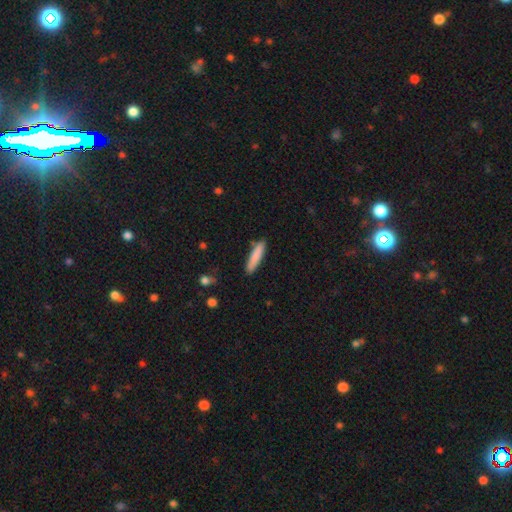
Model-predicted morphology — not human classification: smooth-or-featured: smooth: 84% | featured or disk: 10% | star or artifact: 6%
  how-rounded: cigar-shaped: 86% | in between: 13% | round: 1%
  merging: none: 84% | minor disturbance: 11% | merger: 3% | major disturbance: 2%